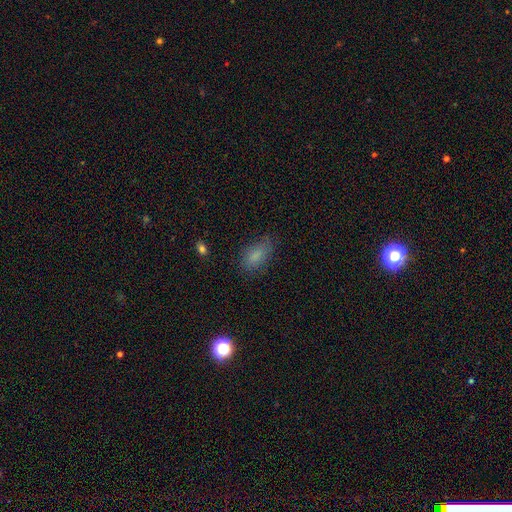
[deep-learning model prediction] Overall: smooth (82%). How rounded: in between (88%). Merging: none (73%).